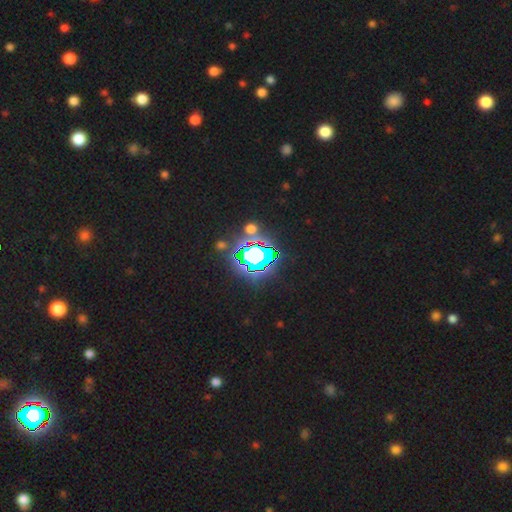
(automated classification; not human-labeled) A star or artifact, not a galaxy (83%).